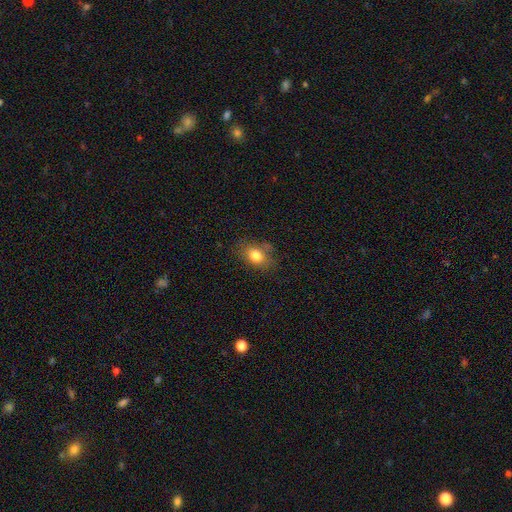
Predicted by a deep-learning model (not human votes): A smooth galaxy with no disk features (79%) that is in between round and cigar-shaped (68%).

Vote fractions:
- Smooth or featured? smooth: 79% / star or artifact: 11% / featured or disk: 11%
- How rounded? in between: 68% / round: 30% / cigar-shaped: 2%
- Merging? none: 70% / minor disturbance: 21% / major disturbance: 6% / merger: 3%